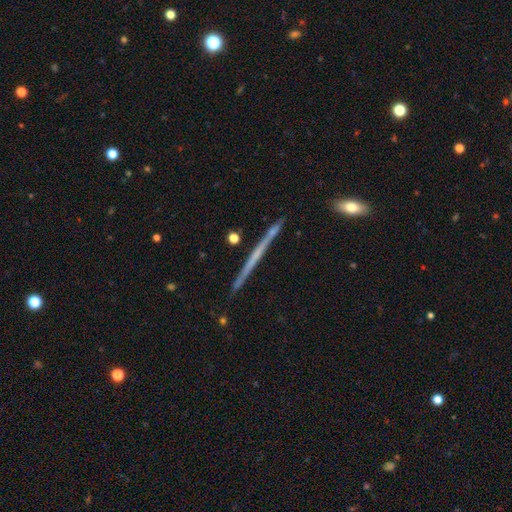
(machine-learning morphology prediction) The model was most divided on "smooth or featured": featured or disk: 66%, smooth: 27%, star or artifact: 7%. More confident: edge-on disk — yes (98%); merging — none (89%); edge-on bulge — none (84%).